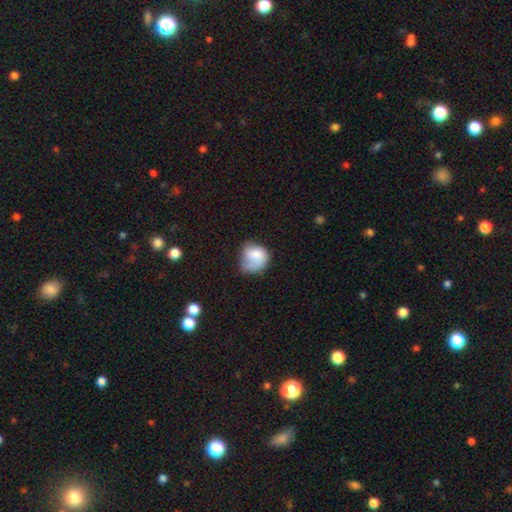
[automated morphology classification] Q: Smooth or featured?
A: smooth (68%); runner-up: featured or disk (24%)
Q: How rounded?
A: round (60%); runner-up: in between (39%)
Q: Merging?
A: minor disturbance (34%); runner-up: none (33%)